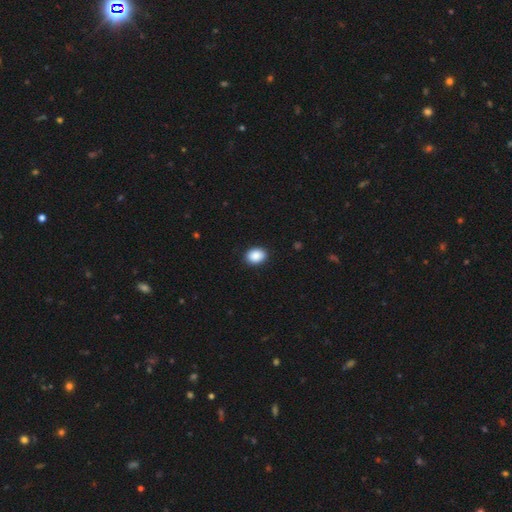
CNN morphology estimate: Smooth or featured?
  - smooth: 89% *
  - star or artifact: 7%
  - featured or disk: 3%
How rounded?
  - in between: 65% *
  - round: 34%
  - cigar-shaped: 1%
Merging?
  - none: 90% *
  - minor disturbance: 7%
  - major disturbance: 2%
  - merger: 1%